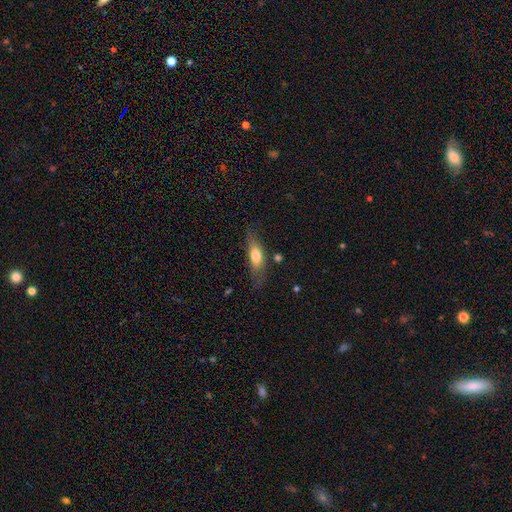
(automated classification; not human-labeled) smooth 64%, featured or disk 29%, star or artifact 7%. Down the decision tree: how rounded — in between (60%); merging — none (65%).